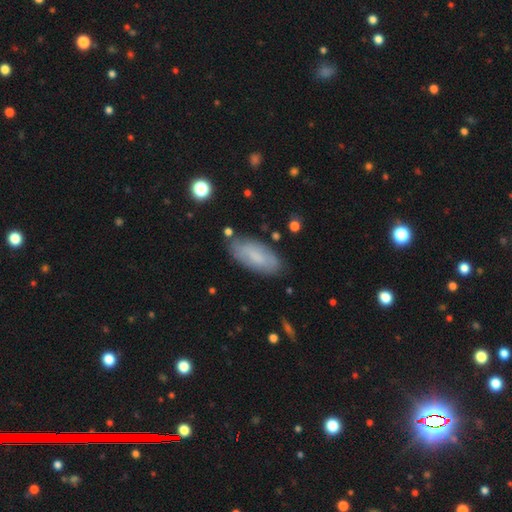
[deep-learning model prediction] smooth 70%, featured or disk 23%, star or artifact 7%. Down the decision tree: how rounded — in between (84%); merging — none (80%).